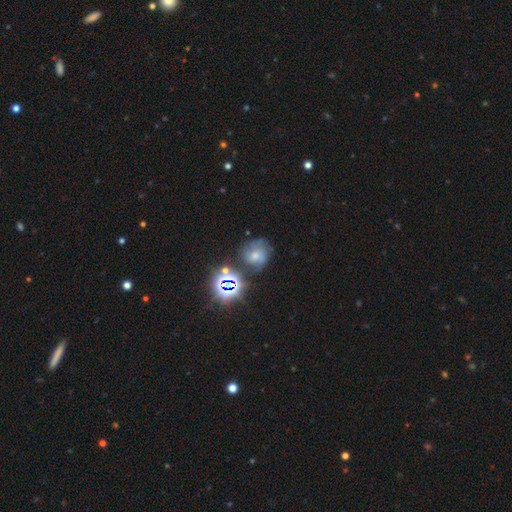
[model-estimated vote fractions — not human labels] A featured or disk galaxy (37%).

Vote fractions:
- Smooth or featured? featured or disk: 37% / smooth: 36% / star or artifact: 27%
- Merging? none: 58% / minor disturbance: 22% / major disturbance: 12% / merger: 8%